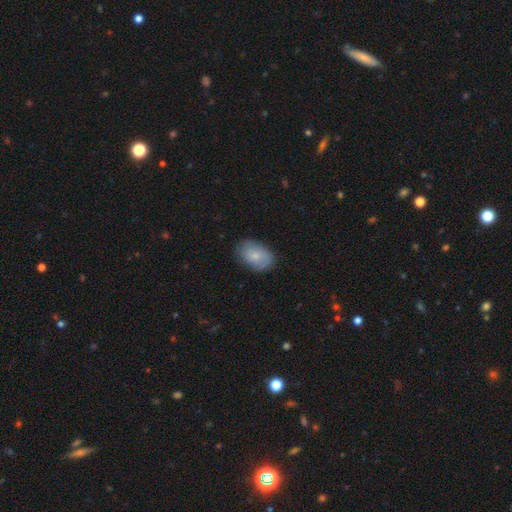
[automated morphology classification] smooth-or-featured: smooth: 70% | featured or disk: 23% | star or artifact: 7%
  how-rounded: in between: 86% | round: 13% | cigar-shaped: 1%
  merging: none: 78% | minor disturbance: 17% | major disturbance: 4% | merger: 1%